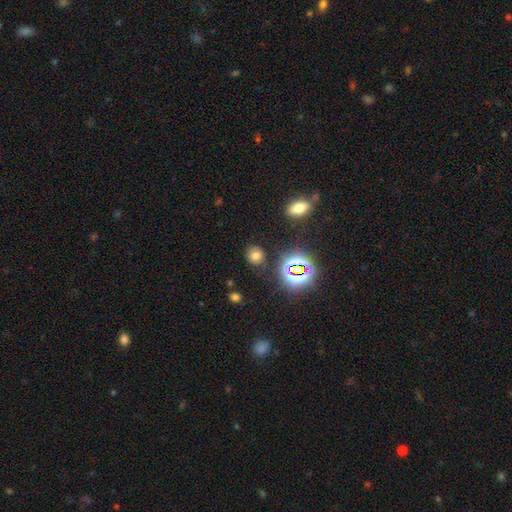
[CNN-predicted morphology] smooth_or_featured: smooth (p=0.64) [alt: star or artifact p=0.26]
how_rounded: round (p=0.75) [alt: in between p=0.23]
merging: none (p=0.82) [alt: minor disturbance p=0.11]